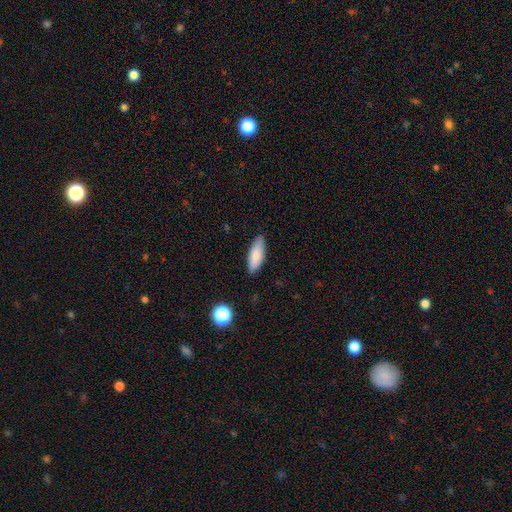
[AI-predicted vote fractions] Q: Smooth or featured?
A: smooth (85%); runner-up: featured or disk (9%)
Q: How rounded?
A: in between (66%); runner-up: cigar-shaped (32%)
Q: Merging?
A: none (86%); runner-up: minor disturbance (11%)